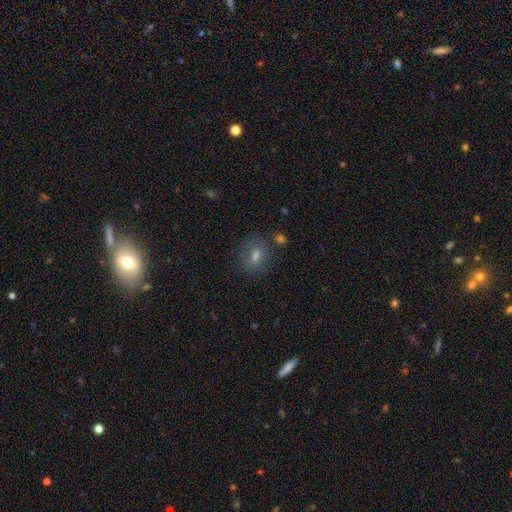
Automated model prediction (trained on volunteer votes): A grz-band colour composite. It shows a smooth galaxy with no disk features (62%) that is round (64%). Merging: none (80%).